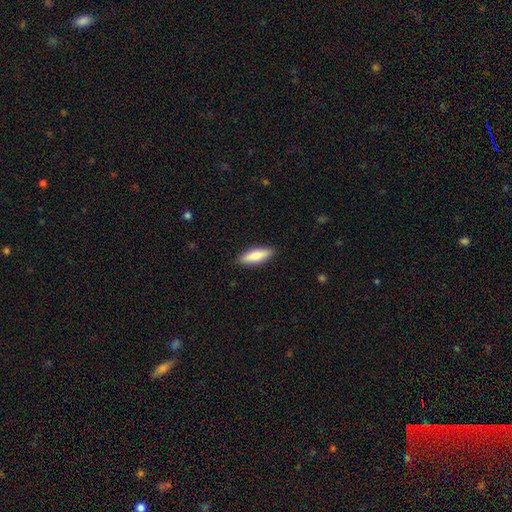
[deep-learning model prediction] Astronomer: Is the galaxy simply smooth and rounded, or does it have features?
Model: smooth — 83%.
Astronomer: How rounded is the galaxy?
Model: in between — 52% (runner-up: cigar-shaped, 46%).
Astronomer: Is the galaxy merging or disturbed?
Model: none — 89%.